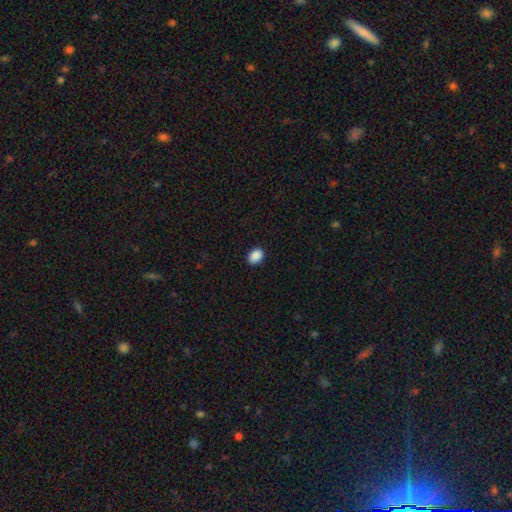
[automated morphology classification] Q: Smooth or featured?
A: smooth (90%); runner-up: star or artifact (8%)
Q: How rounded?
A: in between (71%); runner-up: round (28%)
Q: Merging?
A: none (89%); runner-up: minor disturbance (8%)